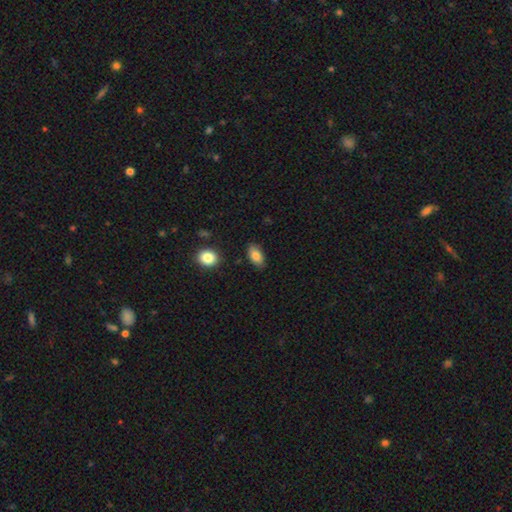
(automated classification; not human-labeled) smooth_or_featured: smooth (p=0.84) [alt: featured or disk p=0.09]
how_rounded: in between (p=0.91) [alt: cigar-shaped p=0.05]
merging: none (p=0.84) [alt: minor disturbance p=0.11]